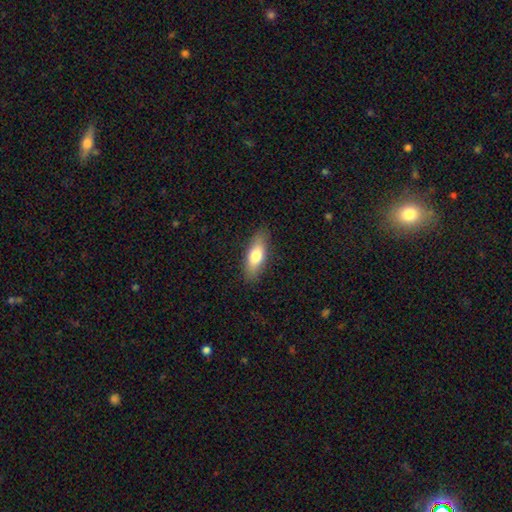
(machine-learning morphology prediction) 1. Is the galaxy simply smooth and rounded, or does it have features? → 72% smooth, 22% featured or disk, 6% star or artifact.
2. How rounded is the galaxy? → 65% in between, 32% cigar-shaped, 3% round.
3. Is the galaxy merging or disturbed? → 86% none, 11% minor disturbance, 2% major disturbance, 1% merger.